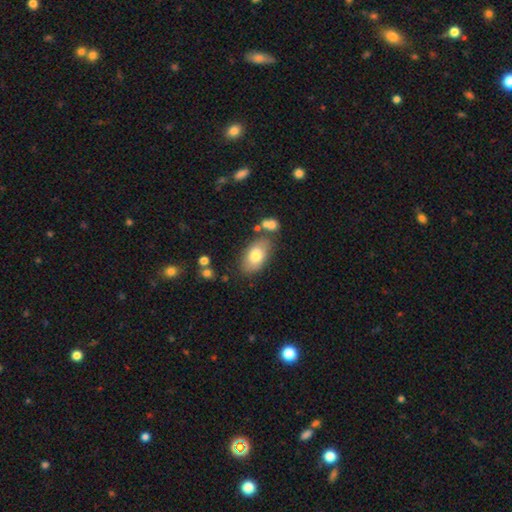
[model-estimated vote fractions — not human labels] Smooth or featured?
  - smooth: 77% *
  - featured or disk: 16%
  - star or artifact: 7%
How rounded?
  - in between: 92% *
  - round: 6%
  - cigar-shaped: 2%
Merging?
  - none: 73% *
  - minor disturbance: 15%
  - merger: 8%
  - major disturbance: 4%